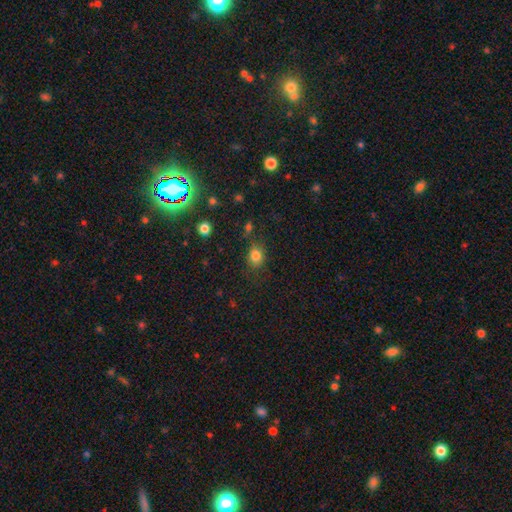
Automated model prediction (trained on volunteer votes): Smooth or featured? smooth (82%)
How rounded? round (58%)
Merging? none (76%)